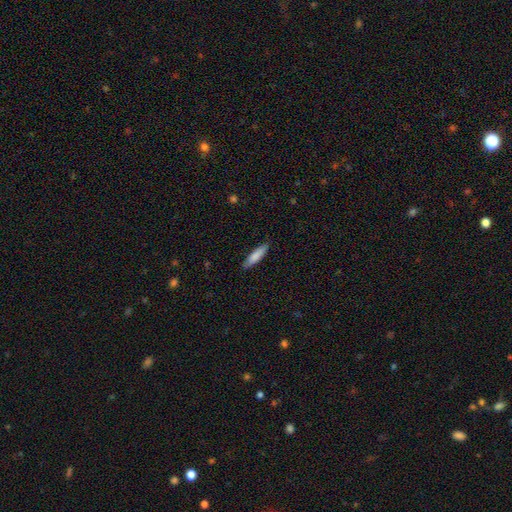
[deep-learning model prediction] The model was most divided on "how rounded": cigar-shaped: 74%, in between: 25%, round: 1%. More confident: merging — none (88%); smooth or featured — smooth (82%).